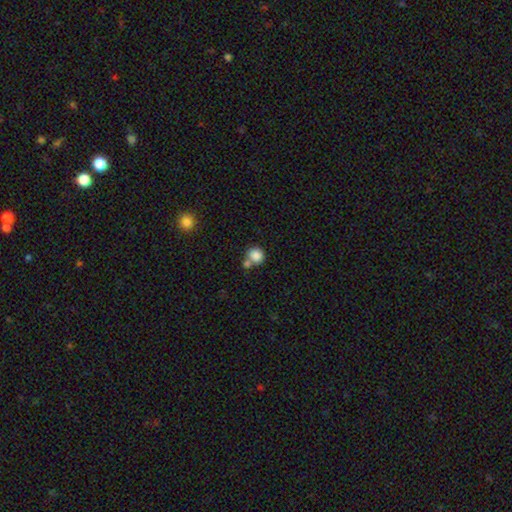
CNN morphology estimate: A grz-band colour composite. It shows a smooth galaxy with no disk features (85%) that is round (85%). Merging: none (53%).